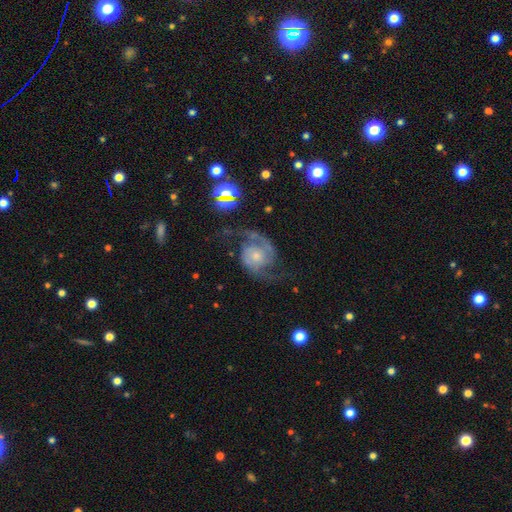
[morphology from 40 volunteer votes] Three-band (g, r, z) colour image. It shows a featured or disk galaxy (82%) with no bar (73%), 2 (100%) loose (48%) spiral arms (94%) and a moderate central bulge (48%). Merging: none (76%).